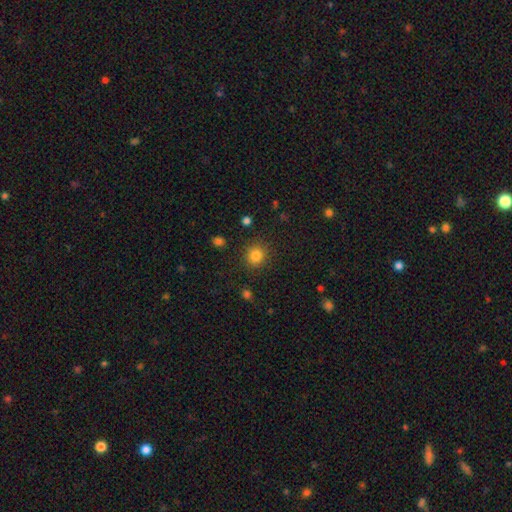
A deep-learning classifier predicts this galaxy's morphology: The model was most divided on "smooth or featured": smooth: 83%, star or artifact: 12%, featured or disk: 5%. More confident: how rounded — round (88%); merging — none (88%).